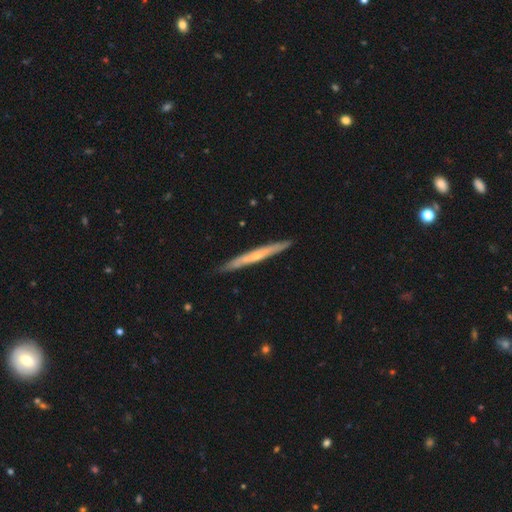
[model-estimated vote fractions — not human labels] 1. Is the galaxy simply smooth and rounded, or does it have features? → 58% featured or disk, 37% smooth, 5% star or artifact.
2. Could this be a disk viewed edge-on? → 95% yes, 5% no.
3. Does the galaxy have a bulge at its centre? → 56% none, 40% rounded, 4% boxy.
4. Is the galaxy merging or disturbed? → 89% none, 8% minor disturbance, 1% major disturbance, 1% merger.